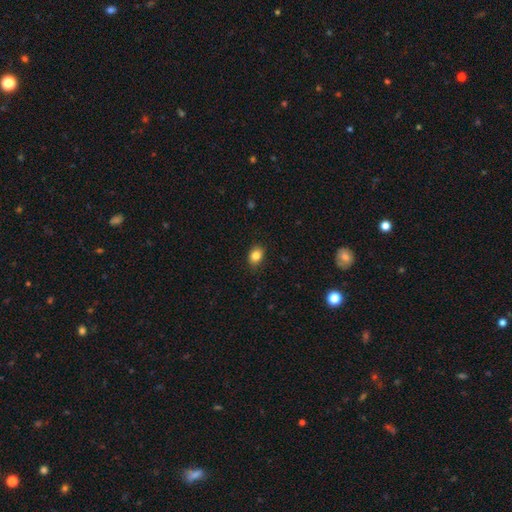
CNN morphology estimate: Smooth or featured? smooth (84%)
How rounded? in between (63%)
Merging? none (87%)